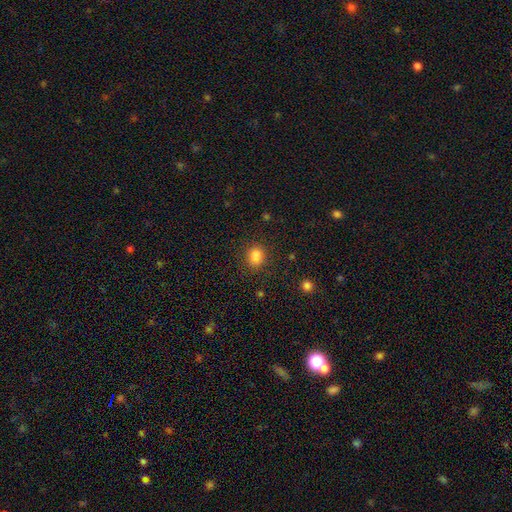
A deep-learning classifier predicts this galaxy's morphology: type=smooth (84%); roundness=in between (55%); merging=none (81%).